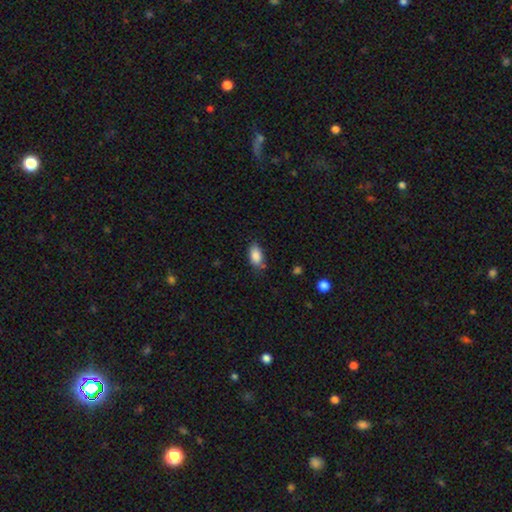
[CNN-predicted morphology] Smooth or featured? Predicted: smooth (p=0.87). How rounded? Predicted: in between (p=0.91). Merging? Predicted: none (p=0.73).